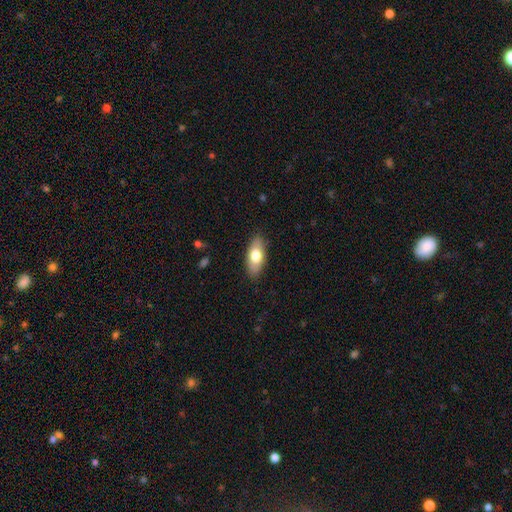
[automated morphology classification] smooth-or-featured: smooth: 71% | featured or disk: 23% | star or artifact: 6%
  how-rounded: in between: 86% | cigar-shaped: 11% | round: 3%
  merging: none: 86% | minor disturbance: 10% | major disturbance: 2% | merger: 1%